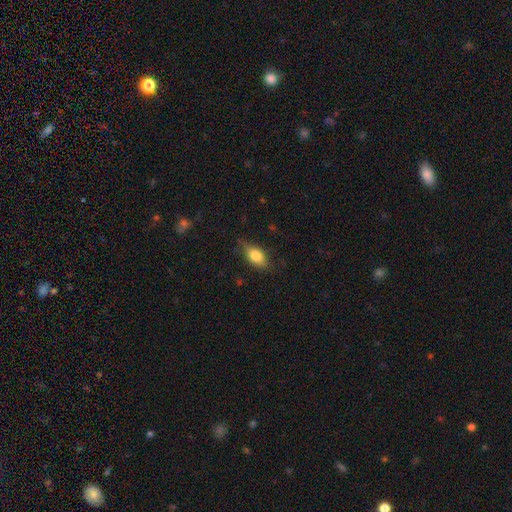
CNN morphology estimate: Overall: smooth (76%). How rounded: in between (84%). Merging: none (70%).